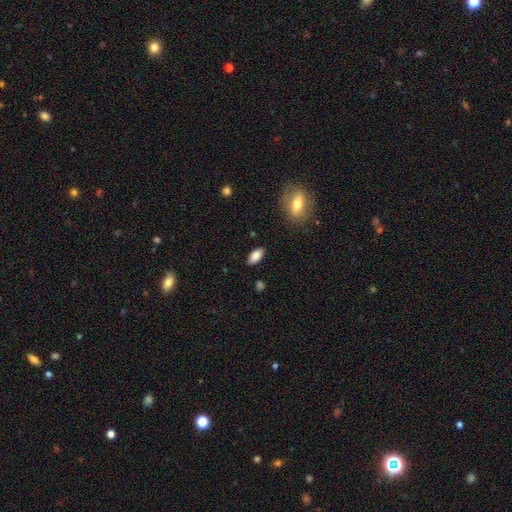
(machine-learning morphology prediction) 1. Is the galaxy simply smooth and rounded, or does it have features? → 83% smooth, 10% featured or disk, 7% star or artifact.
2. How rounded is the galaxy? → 88% in between, 9% cigar-shaped, 3% round.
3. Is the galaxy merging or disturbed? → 87% none, 10% minor disturbance, 2% major disturbance, 1% merger.